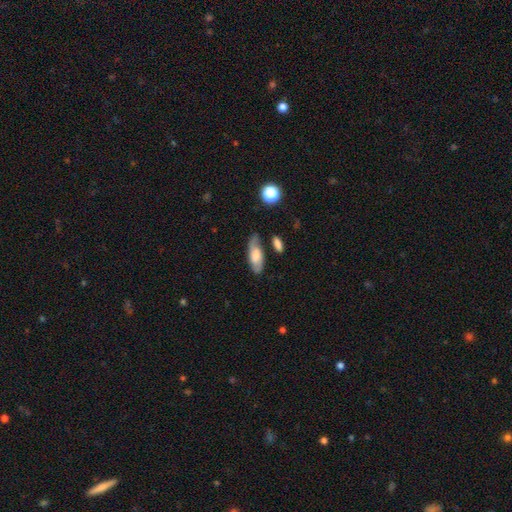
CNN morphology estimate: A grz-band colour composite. It shows a smooth galaxy with no disk features (56%) that is in between round and cigar-shaped (77%). Merging: none (62%).